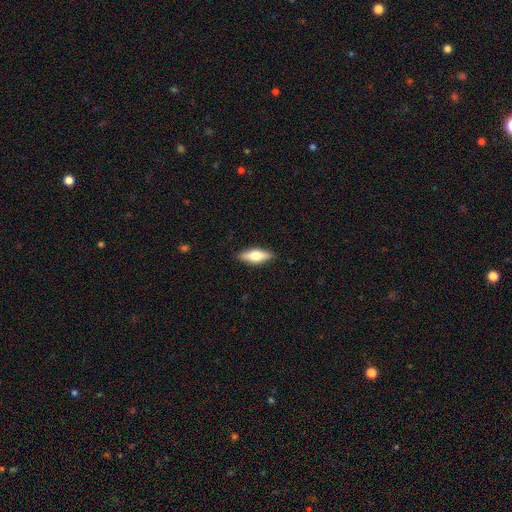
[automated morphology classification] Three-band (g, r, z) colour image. It shows a smooth galaxy with no disk features (60%) that is in between round and cigar-shaped (62%). Merging: none (88%).